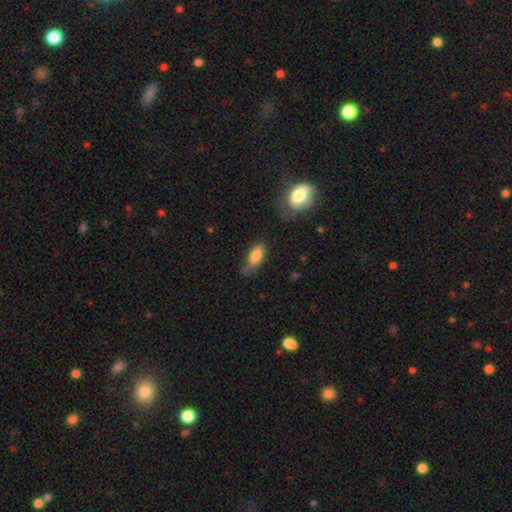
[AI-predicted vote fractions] This is likely a smooth galaxy (79%). How rounded: clearly in between (81%). Merging: possibly none (53%).